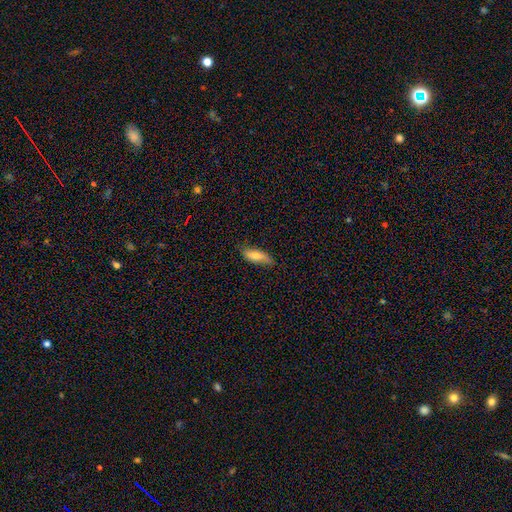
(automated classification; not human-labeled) Smooth or featured?
  - smooth: 69% *
  - featured or disk: 24%
  - star or artifact: 6%
How rounded?
  - in between: 64% *
  - cigar-shaped: 33%
  - round: 3%
Merging?
  - none: 68% *
  - minor disturbance: 26%
  - major disturbance: 5%
  - merger: 2%